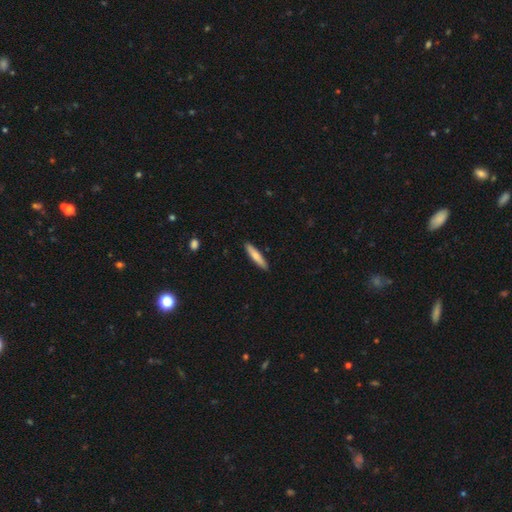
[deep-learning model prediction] Morphology: type=smooth (74%); roundness=cigar-shaped (86%); merging=none (90%).